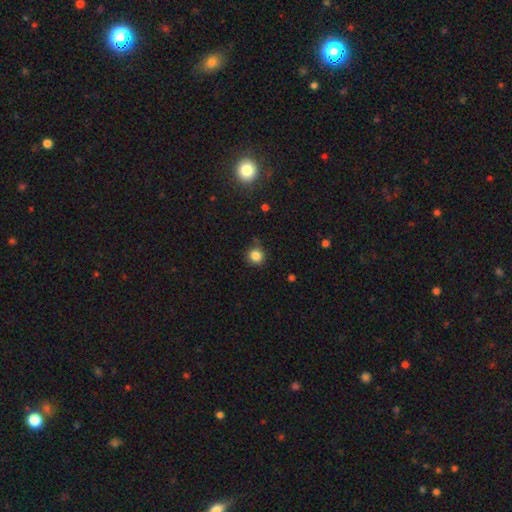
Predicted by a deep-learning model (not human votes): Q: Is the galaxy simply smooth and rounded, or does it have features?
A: smooth — 83%.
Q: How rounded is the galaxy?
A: round — 92%.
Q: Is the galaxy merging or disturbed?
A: none — 83%.